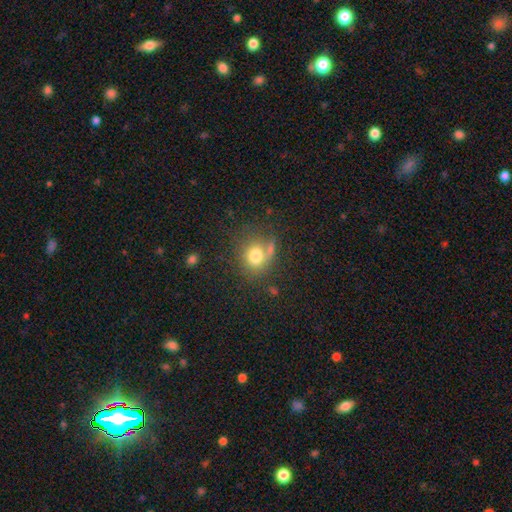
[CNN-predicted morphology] Smooth or featured: smooth — 77% (star or artifact — 12%)
How rounded: round — 73% (in between — 26%)
Merging: none — 61% (minor disturbance — 17%)